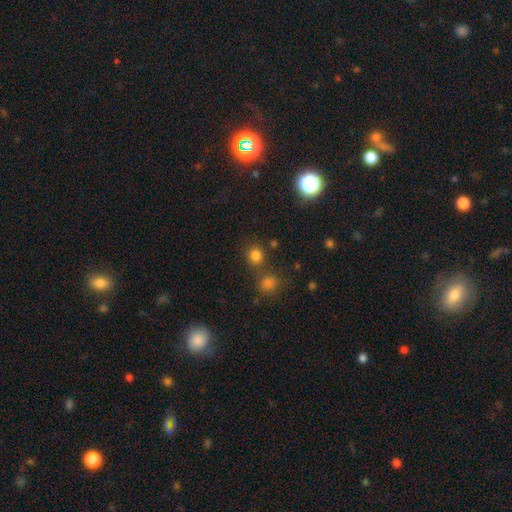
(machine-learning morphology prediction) type=smooth (78%); roundness=round (88%); merging=none (71%).